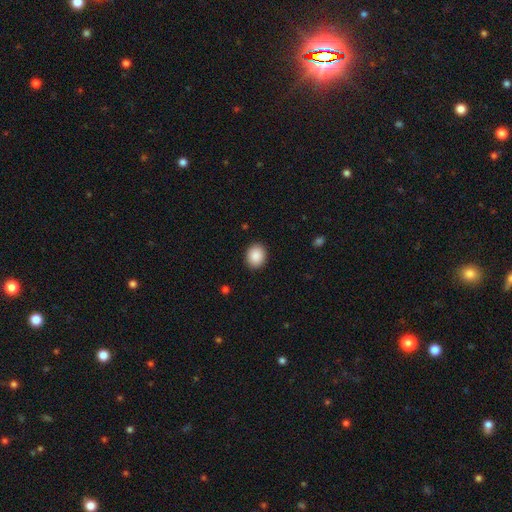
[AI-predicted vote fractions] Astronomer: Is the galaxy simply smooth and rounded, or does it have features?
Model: smooth — 89%.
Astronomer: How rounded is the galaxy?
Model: round — 62% (runner-up: in between, 38%).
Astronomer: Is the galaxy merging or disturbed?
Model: none — 90%.